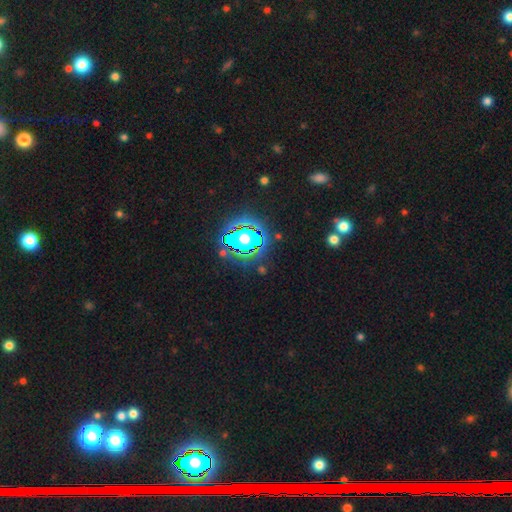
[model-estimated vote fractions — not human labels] smooth_or_featured: star or artifact (p=0.83) [alt: smooth p=0.10]